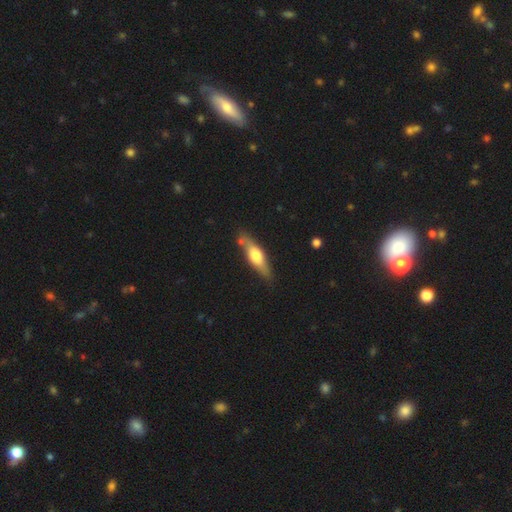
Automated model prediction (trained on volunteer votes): smooth_or_featured: featured or disk (p=0.48) [alt: smooth p=0.47]
merging: none (p=0.76) [alt: minor disturbance p=0.15]